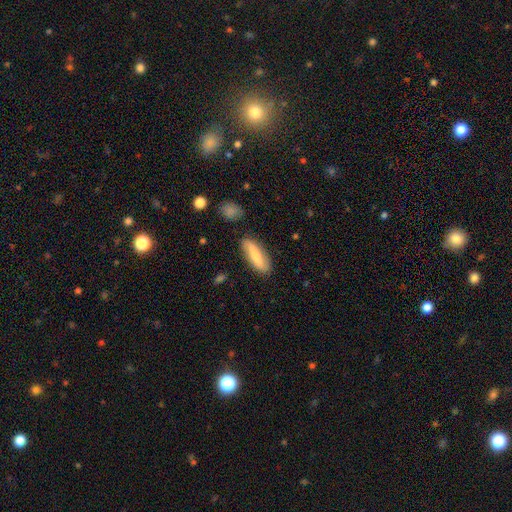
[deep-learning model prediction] A smooth galaxy with no disk features (63%) that is in between round and cigar-shaped (51%). Merging: none (82%).